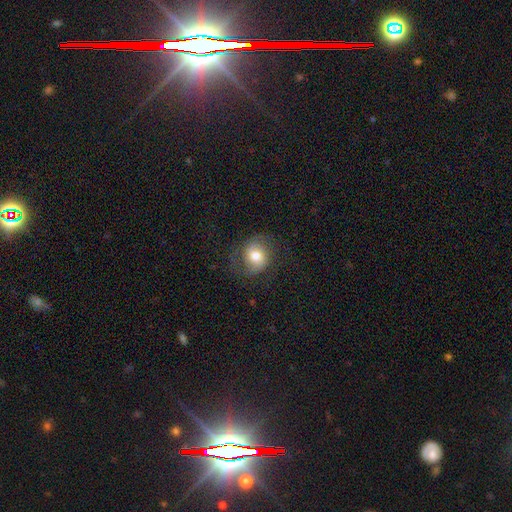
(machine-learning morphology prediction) smooth_or_featured: smooth (p=0.58) [alt: featured or disk p=0.33]
how_rounded: round (p=0.66) [alt: in between p=0.33]
merging: none (p=0.67) [alt: minor disturbance p=0.19]